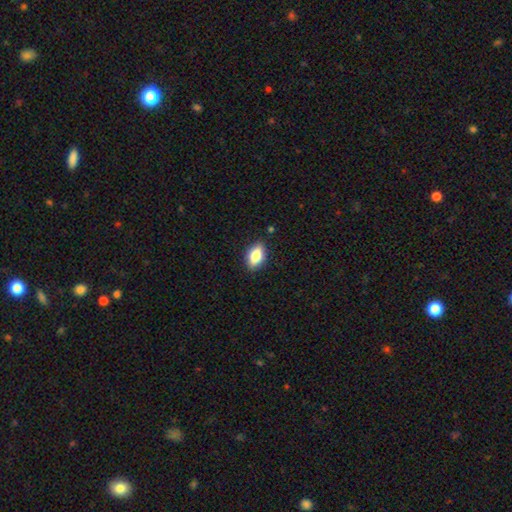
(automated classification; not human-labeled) Q: Smooth or featured?
A: smooth (77%); runner-up: featured or disk (15%)
Q: How rounded?
A: in between (87%); runner-up: cigar-shaped (7%)
Q: Merging?
A: none (86%); runner-up: minor disturbance (11%)